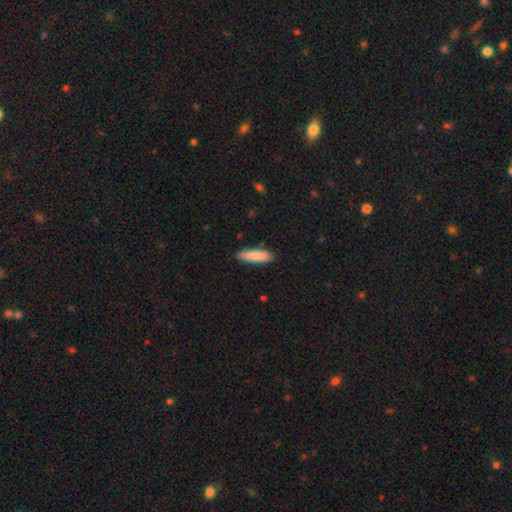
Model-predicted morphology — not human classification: Smooth or featured?
  - smooth: 87% *
  - featured or disk: 8%
  - star or artifact: 6%
How rounded?
  - cigar-shaped: 65% *
  - in between: 34%
  - round: 1%
Merging?
  - none: 87% *
  - minor disturbance: 10%
  - major disturbance: 2%
  - merger: 1%